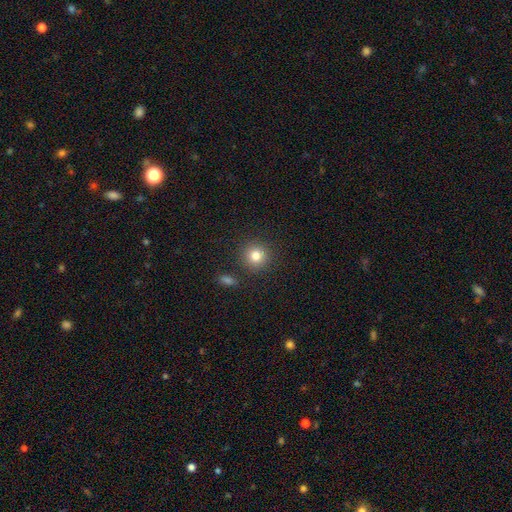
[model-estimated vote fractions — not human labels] A smooth galaxy with no disk features (82%) that is round (93%).

Vote fractions:
- Smooth or featured? smooth: 82% / star or artifact: 11% / featured or disk: 7%
- How rounded? round: 93% / in between: 6% / cigar-shaped: 1%
- Merging? none: 87% / minor disturbance: 7% / merger: 3% / major disturbance: 3%